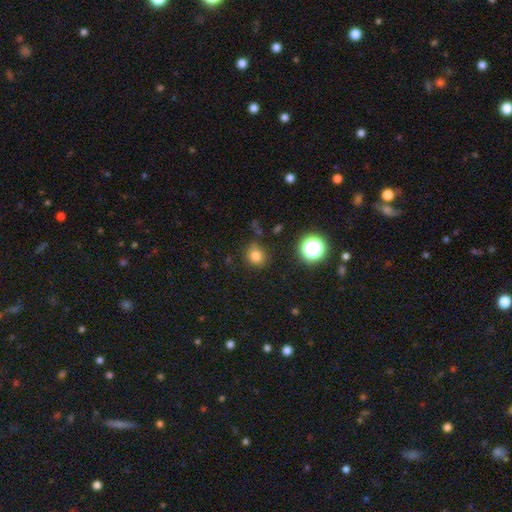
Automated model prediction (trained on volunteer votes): A smooth galaxy with no disk features (80%) that is round (82%).

Vote fractions:
- Smooth or featured? smooth: 80% / star or artifact: 15% / featured or disk: 6%
- How rounded? round: 82% / in between: 17% / cigar-shaped: 1%
- Merging? none: 77% / minor disturbance: 15% / major disturbance: 4% / merger: 3%